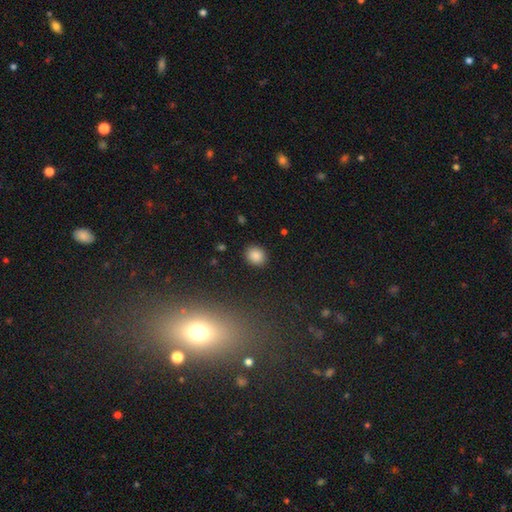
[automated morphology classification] smooth-or-featured: smooth: 86% | star or artifact: 10% | featured or disk: 4%
  how-rounded: round: 70% | in between: 29% | cigar-shaped: 1%
  merging: none: 89% | minor disturbance: 7% | major disturbance: 2% | merger: 1%